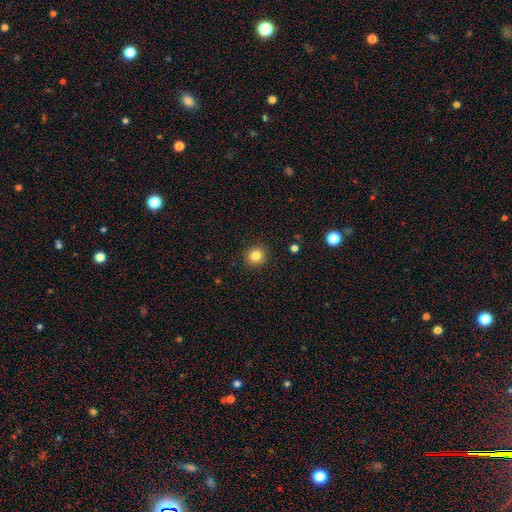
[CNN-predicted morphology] Q: Smooth or featured?
A: smooth (83%); runner-up: star or artifact (11%)
Q: How rounded?
A: round (91%); runner-up: in between (8%)
Q: Merging?
A: none (92%); runner-up: minor disturbance (6%)